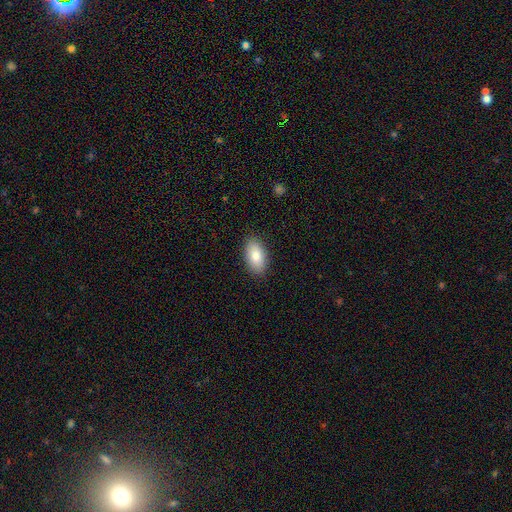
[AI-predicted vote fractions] A smooth galaxy with no disk features (82%) that is in between round and cigar-shaped (93%).

Vote fractions:
- Smooth or featured? smooth: 82% / featured or disk: 11% / star or artifact: 7%
- How rounded? in between: 93% / round: 4% / cigar-shaped: 3%
- Merging? none: 88% / minor disturbance: 9% / major disturbance: 2% / merger: 1%